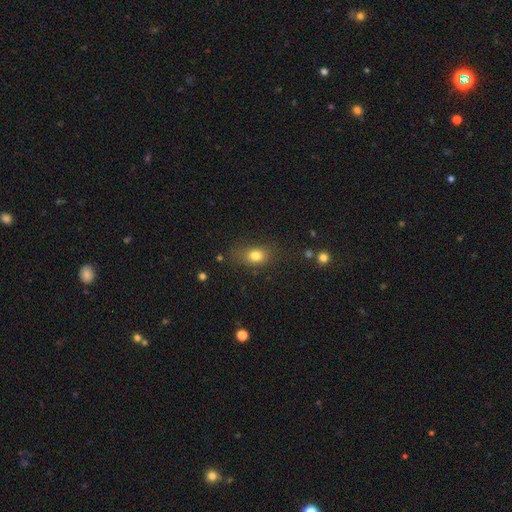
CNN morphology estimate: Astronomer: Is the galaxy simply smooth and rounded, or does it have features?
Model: smooth — 79%.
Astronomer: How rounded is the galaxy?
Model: in between — 66%.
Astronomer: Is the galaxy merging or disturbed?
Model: none — 71%.